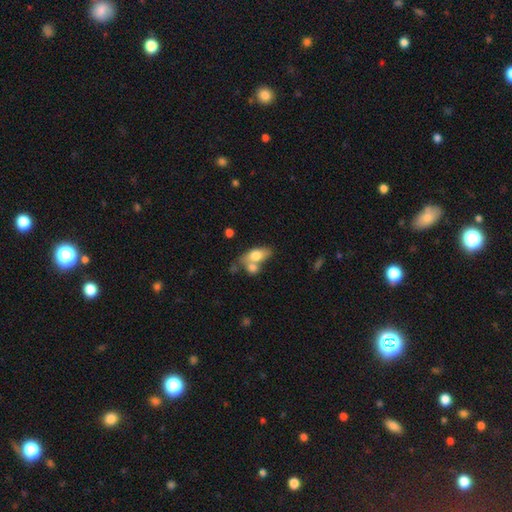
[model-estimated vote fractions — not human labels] This appears to be a smooth galaxy with no disk features (69%) that is in between round and cigar-shaped (80%). Merging: merger (43%).